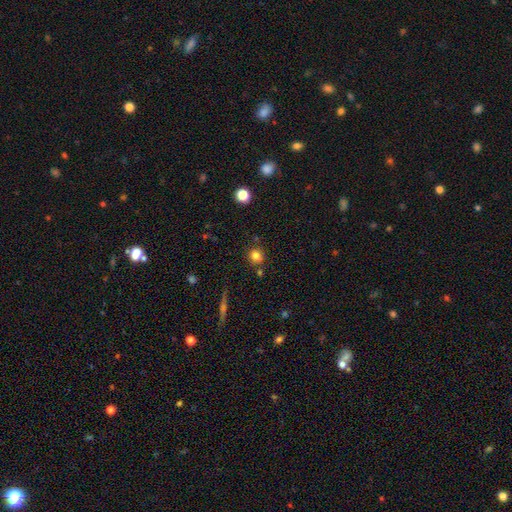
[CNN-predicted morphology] This appears to be a smooth galaxy with no disk features (79%) that is round (86%). Merging: none (79%).